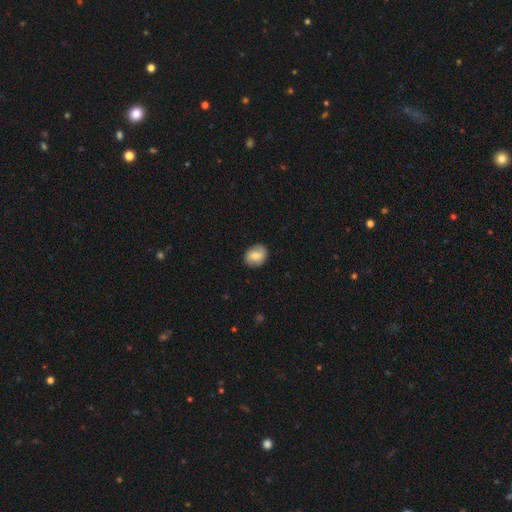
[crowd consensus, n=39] smooth_or_featured: smooth (p=0.77) [alt: featured or disk p=0.18]
how_rounded: round (p=0.67) [alt: in between p=0.33]
merging: none (p=0.89) [alt: minor disturbance p=0.05]